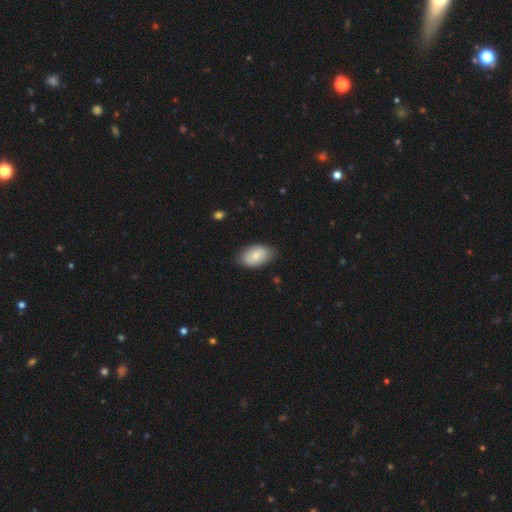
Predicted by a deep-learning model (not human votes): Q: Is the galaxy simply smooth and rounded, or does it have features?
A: smooth — 74%.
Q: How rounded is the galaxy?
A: in between — 92%.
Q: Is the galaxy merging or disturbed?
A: none — 80%.